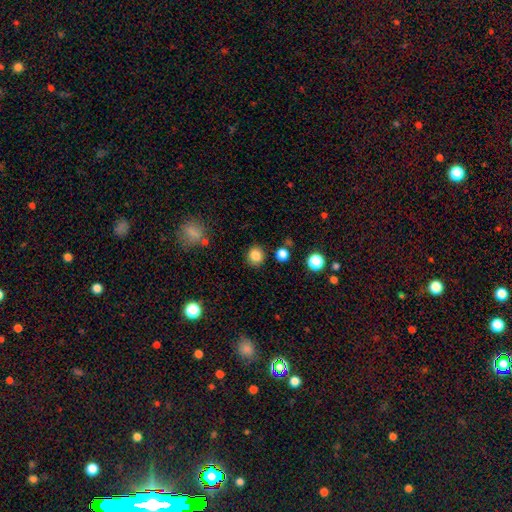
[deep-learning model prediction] A smooth galaxy with no disk features (83%) that is round (85%). Merging: none (87%).